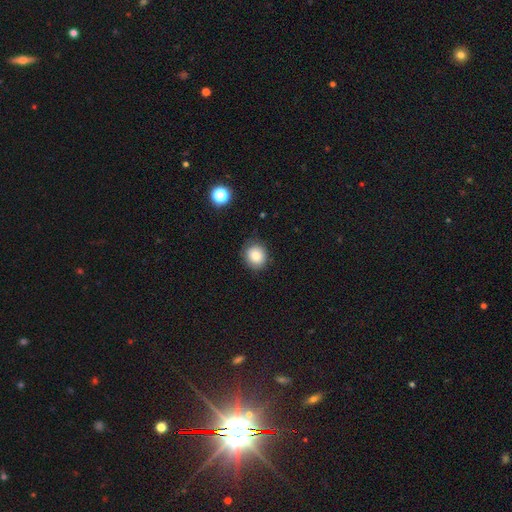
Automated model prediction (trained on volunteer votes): Smooth or featured: smooth — 83% (star or artifact — 10%)
How rounded: round — 77% (in between — 22%)
Merging: none — 83% (minor disturbance — 12%)